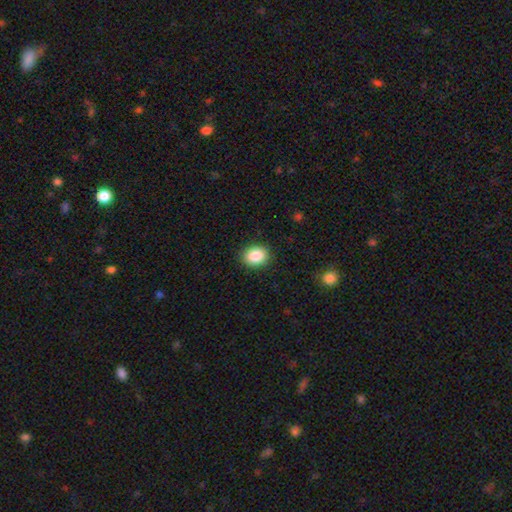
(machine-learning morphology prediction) This appears to be a smooth galaxy with no disk features (86%) that is in between round and cigar-shaped (55%). Merging: none (90%).